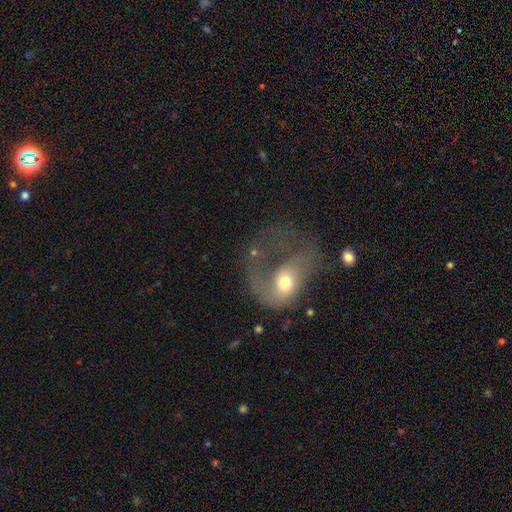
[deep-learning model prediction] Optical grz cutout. It shows a featured or disk galaxy (57%) with no bar (77%), spiral arms (52%) and a moderate central bulge (67%). Merging: major disturbance (62%).